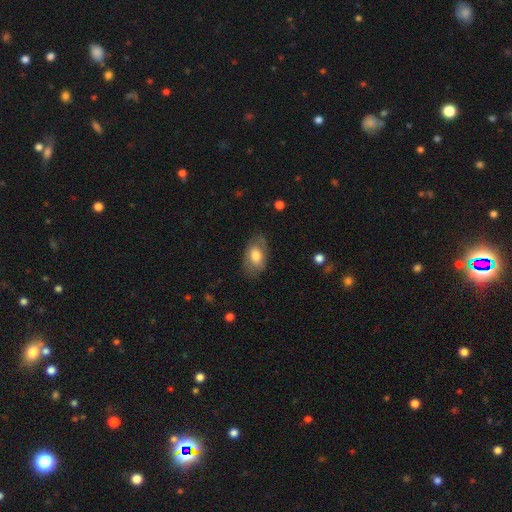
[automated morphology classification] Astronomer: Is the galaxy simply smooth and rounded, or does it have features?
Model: smooth — 68%.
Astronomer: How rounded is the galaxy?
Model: in between — 90%.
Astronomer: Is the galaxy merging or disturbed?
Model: none — 72%.